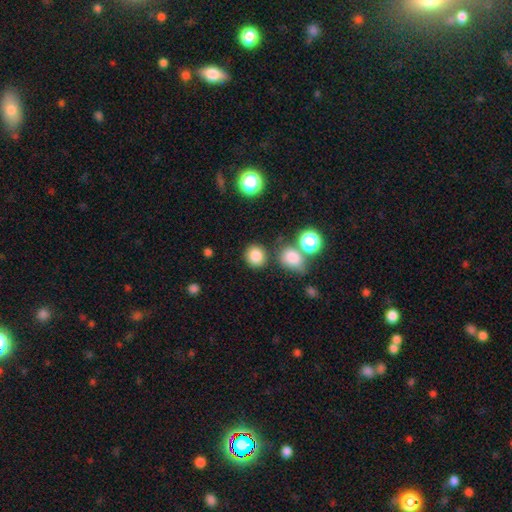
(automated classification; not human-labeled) The model was most divided on "how rounded": round: 81%, in between: 18%, cigar-shaped: 1%. More confident: smooth or featured — smooth (82%); merging — none (77%).